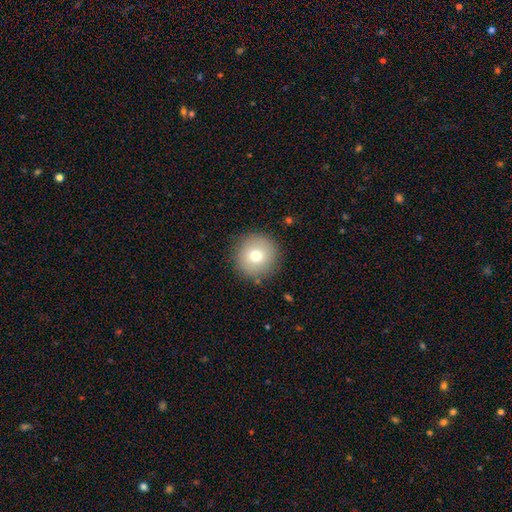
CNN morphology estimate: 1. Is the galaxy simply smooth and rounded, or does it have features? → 74% smooth, 15% featured or disk, 11% star or artifact.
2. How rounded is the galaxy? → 95% round, 4% in between, 1% cigar-shaped.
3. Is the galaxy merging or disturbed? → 89% none, 7% minor disturbance, 3% major disturbance, 1% merger.